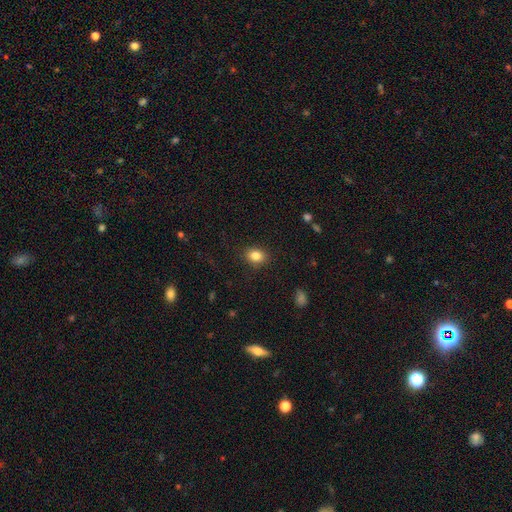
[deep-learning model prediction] smooth-or-featured: smooth: 84% | star or artifact: 10% | featured or disk: 6%
  how-rounded: in between: 62% | round: 37% | cigar-shaped: 1%
  merging: none: 87% | minor disturbance: 9% | major disturbance: 3% | merger: 1%